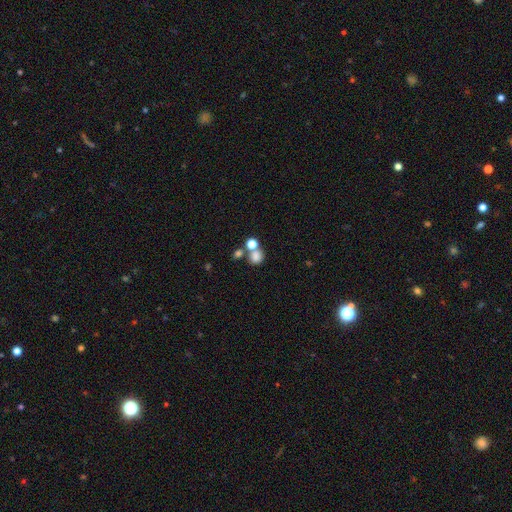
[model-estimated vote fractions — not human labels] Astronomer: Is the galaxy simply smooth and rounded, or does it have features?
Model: smooth — 76%.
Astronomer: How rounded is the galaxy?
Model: round — 76%.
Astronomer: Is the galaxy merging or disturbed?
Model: none — 44% (runner-up: merger, 42%).